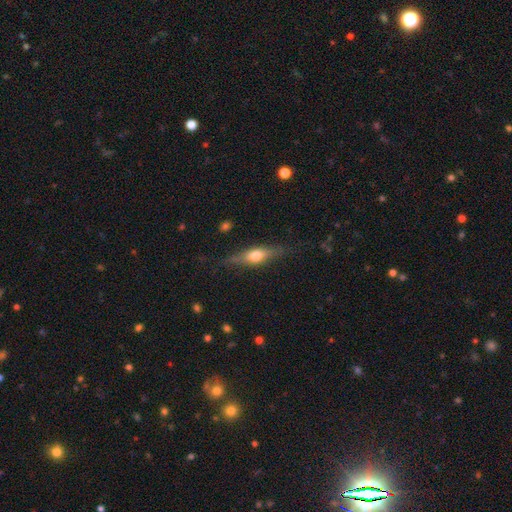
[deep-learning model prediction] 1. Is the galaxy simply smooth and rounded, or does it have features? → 47% featured or disk, 46% smooth, 7% star or artifact.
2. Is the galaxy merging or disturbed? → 78% none, 16% minor disturbance, 5% major disturbance, 2% merger.